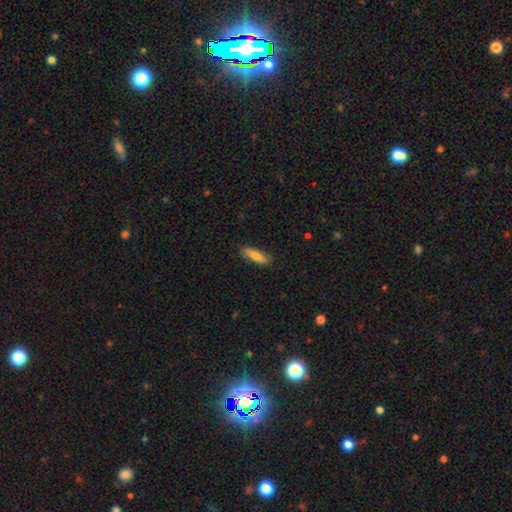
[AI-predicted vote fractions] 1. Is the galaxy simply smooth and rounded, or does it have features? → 78% smooth, 16% featured or disk, 6% star or artifact.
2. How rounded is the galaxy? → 52% in between, 46% cigar-shaped, 2% round.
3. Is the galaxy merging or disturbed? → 85% none, 12% minor disturbance, 2% major disturbance, 1% merger.